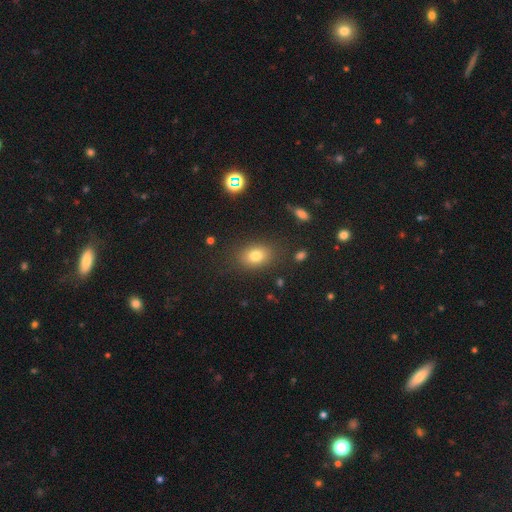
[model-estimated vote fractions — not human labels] Smooth or featured: smooth — 78% (star or artifact — 12%)
How rounded: in between — 70% (round — 29%)
Merging: none — 82% (minor disturbance — 11%)